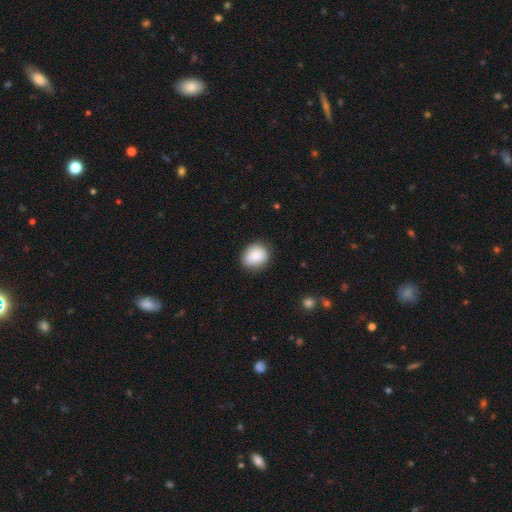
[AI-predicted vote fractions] This appears to be a smooth galaxy with no disk features (84%) that is round (61%). Merging: none (76%).